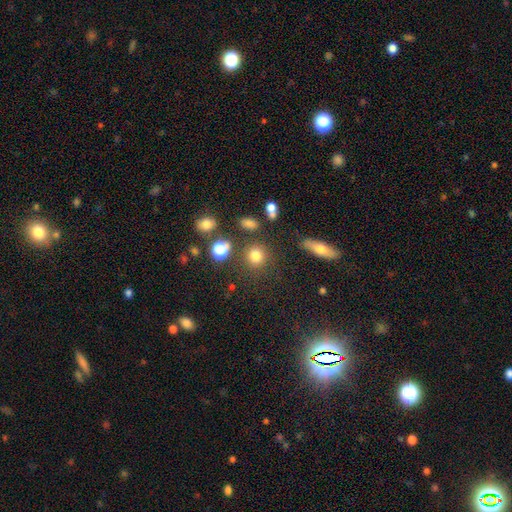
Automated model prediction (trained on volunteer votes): A smooth galaxy with no disk features (77%) that is round (86%). Merging: none (81%).